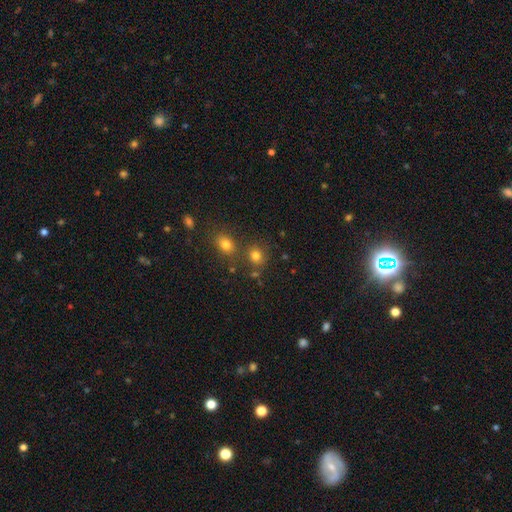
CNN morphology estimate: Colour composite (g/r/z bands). It shows a smooth galaxy with no disk features (76%) that is round (73%). Merging: none (68%).